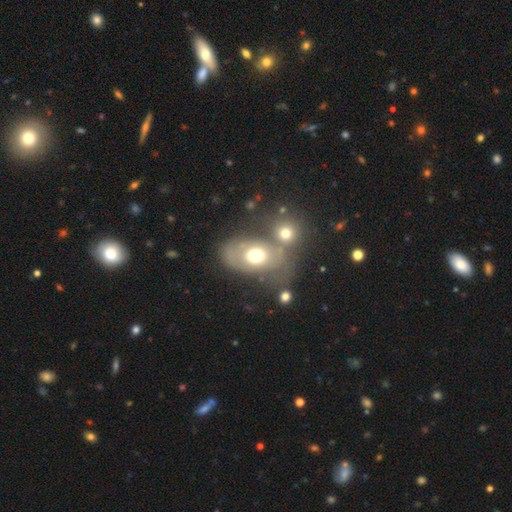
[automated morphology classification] This appears to be a smooth galaxy with no disk features (56%) that is in between round and cigar-shaped (69%). Merging: merger (37%).